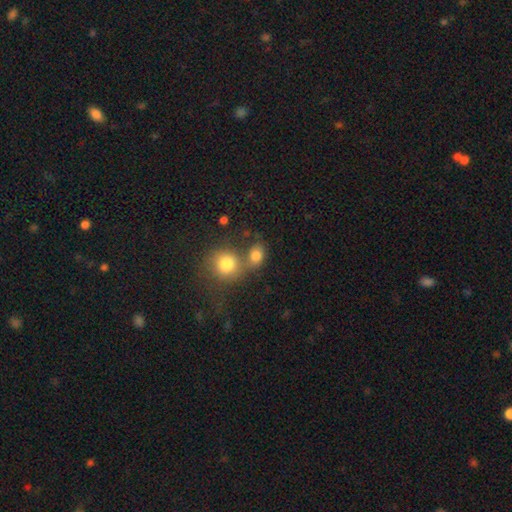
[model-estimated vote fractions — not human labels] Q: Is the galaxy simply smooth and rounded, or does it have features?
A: smooth — 80%.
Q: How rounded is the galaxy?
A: round — 51%.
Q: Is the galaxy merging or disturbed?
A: merger — 45%.